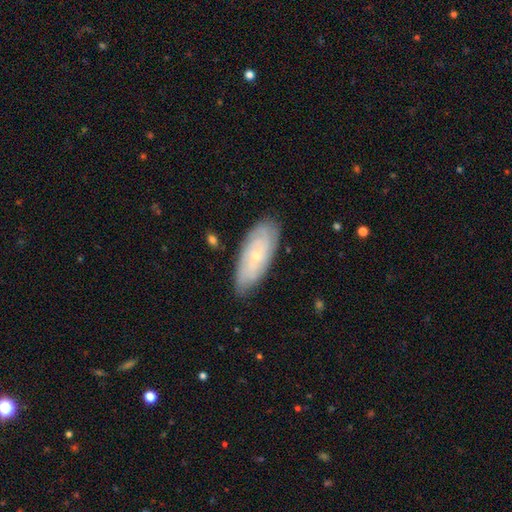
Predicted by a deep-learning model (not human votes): The model was most divided on "smooth or featured": featured or disk: 65%, smooth: 28%, star or artifact: 7%. More confident: edge-on disk — no (88%); spiral arms — yes (85%); merging — none (81%); bar — no (80%); bulge size — small (78%).